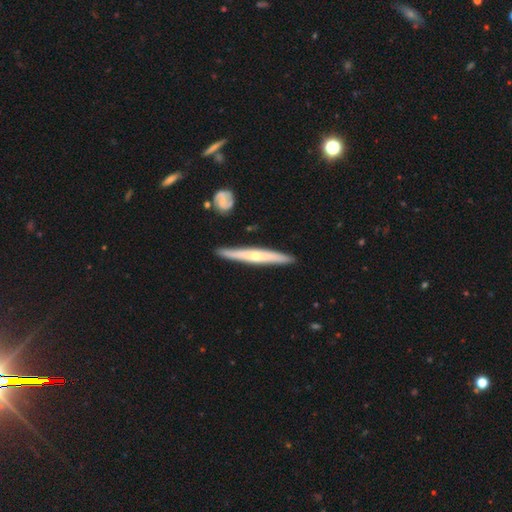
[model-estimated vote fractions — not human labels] featured or disk 59%, smooth 36%, star or artifact 5%. Down the decision tree: edge-on disk — yes (94%); edge-on bulge — rounded (65%); merging — none (89%).